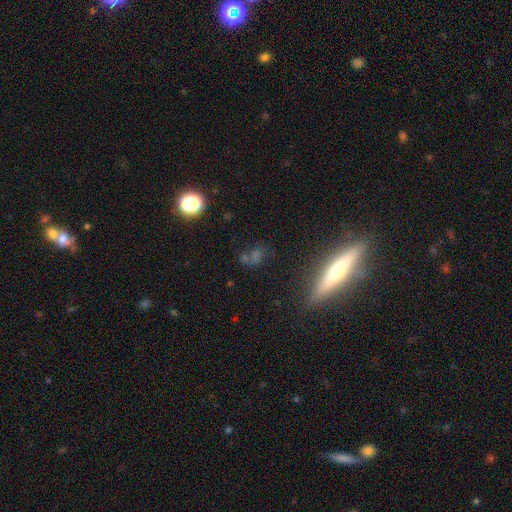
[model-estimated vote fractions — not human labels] This is marginally a smooth galaxy (43%). Merging: likely none (71%).